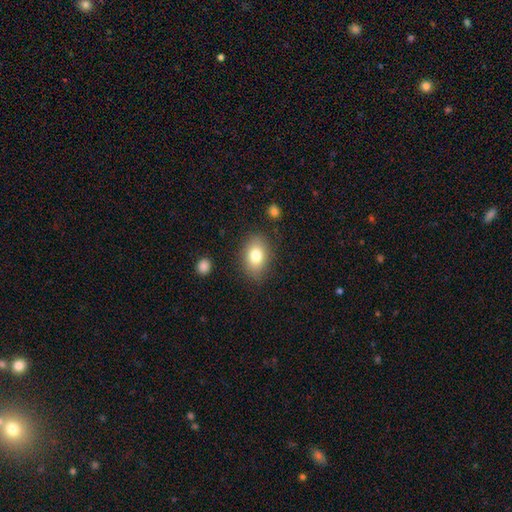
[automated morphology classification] The model was most divided on "smooth or featured": smooth: 79%, featured or disk: 13%, star or artifact: 8%. More confident: how rounded — in between (83%); merging — none (83%).